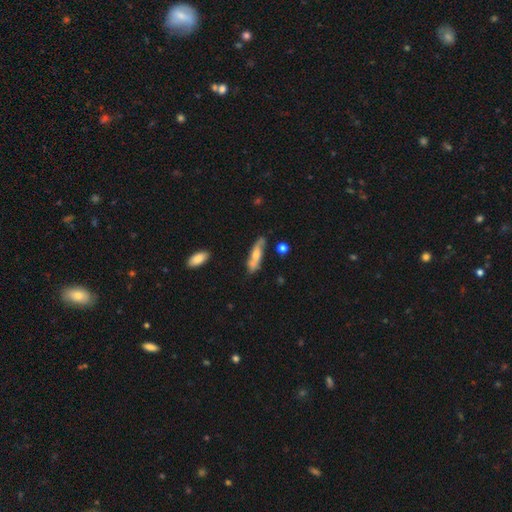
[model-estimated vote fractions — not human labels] This appears to be a smooth galaxy with no disk features (51%) that is cigar-shaped (63%). Merging: none (62%).